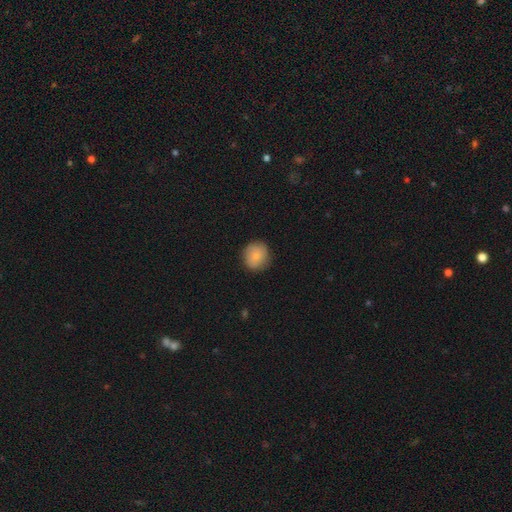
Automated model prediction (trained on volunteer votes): Q: Smooth or featured?
A: smooth (83%); runner-up: featured or disk (10%)
Q: How rounded?
A: round (88%); runner-up: in between (11%)
Q: Merging?
A: none (85%); runner-up: minor disturbance (11%)